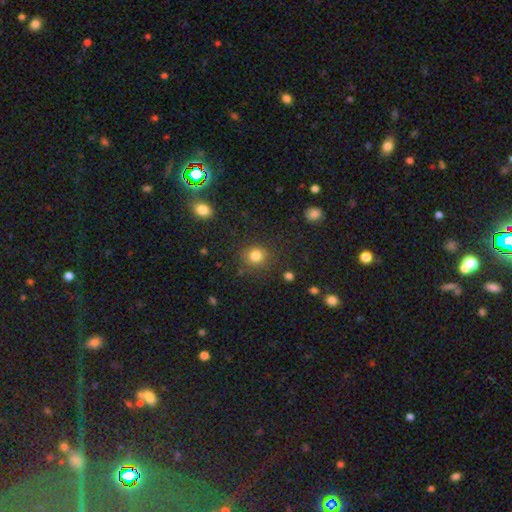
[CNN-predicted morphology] Q: Smooth or featured?
A: smooth (81%); runner-up: star or artifact (13%)
Q: How rounded?
A: round (86%); runner-up: in between (14%)
Q: Merging?
A: none (85%); runner-up: minor disturbance (9%)